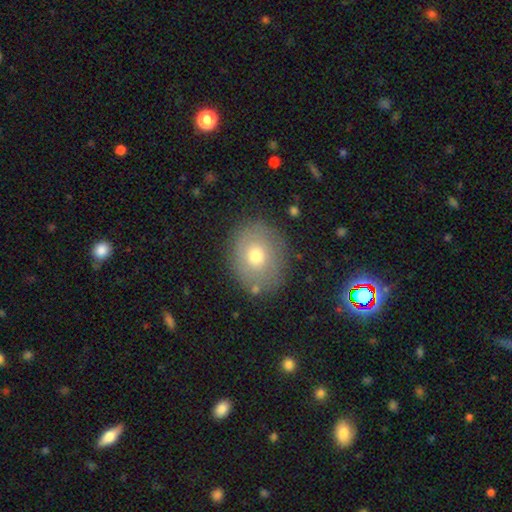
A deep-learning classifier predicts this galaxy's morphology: The model was most divided on "how rounded": round: 54%, in between: 45%, cigar-shaped: 1%. More confident: merging — none (81%); smooth or featured — smooth (67%).